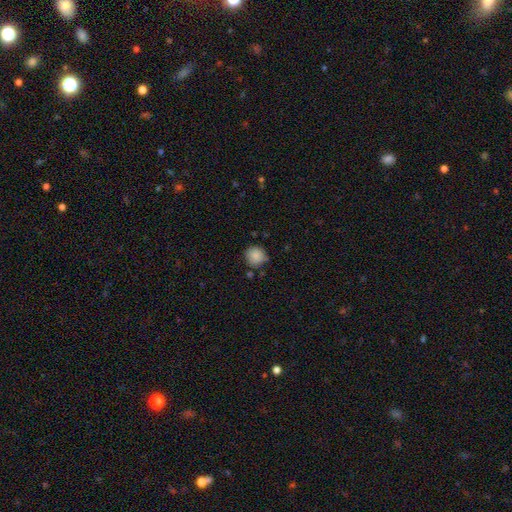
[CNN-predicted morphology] Smooth or featured: smooth — 87% (star or artifact — 9%)
How rounded: round — 90% (in between — 9%)
Merging: none — 75% (minor disturbance — 17%)